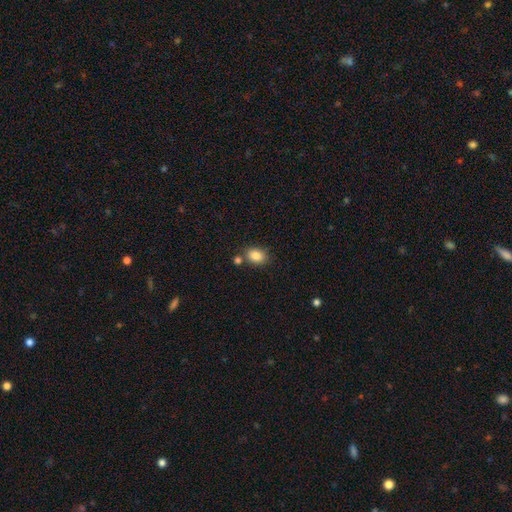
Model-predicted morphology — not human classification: Smooth or featured? smooth (85%)
How rounded? in between (69%)
Merging? none (70%)